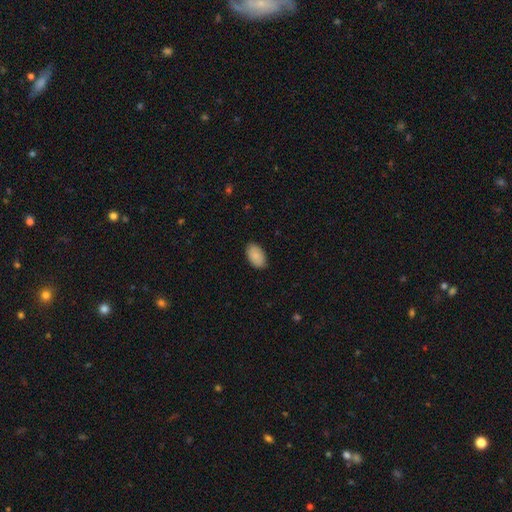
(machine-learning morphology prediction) A smooth galaxy with no disk features (89%) that is in between round and cigar-shaped (95%).

Vote fractions:
- Smooth or featured? smooth: 89% / star or artifact: 6% / featured or disk: 5%
- How rounded? in between: 95% / round: 4% / cigar-shaped: 1%
- Merging? none: 88% / minor disturbance: 9% / major disturbance: 2% / merger: 1%